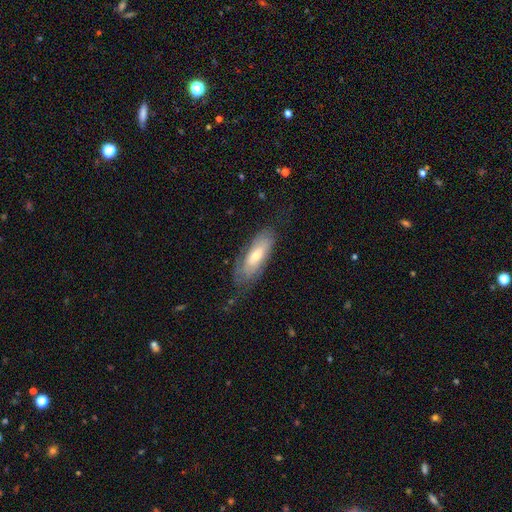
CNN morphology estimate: smooth 48%, featured or disk 45%, star or artifact 7%. Down the decision tree: merging — none (65%).